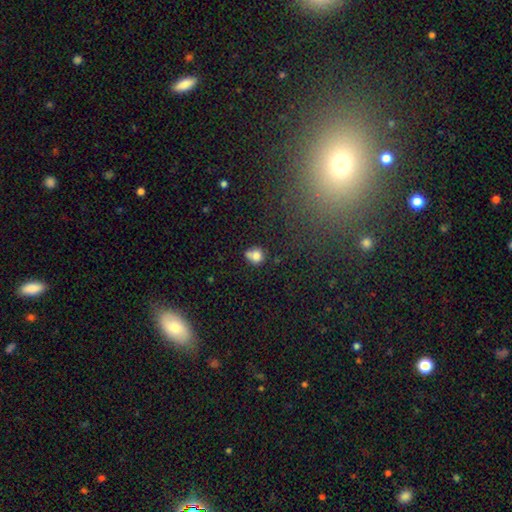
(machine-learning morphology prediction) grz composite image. It shows a smooth galaxy with no disk features (78%) that is round (73%). Merging: none (46%).